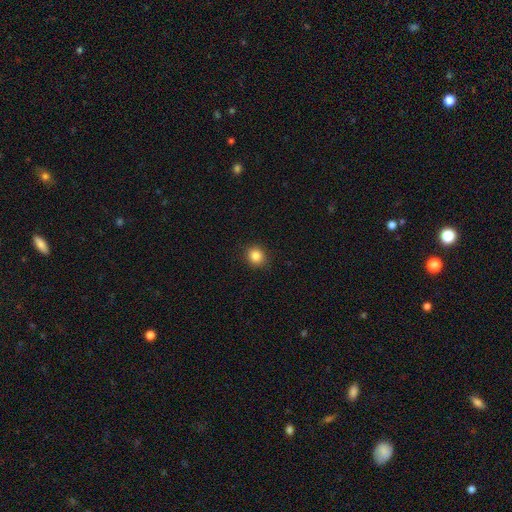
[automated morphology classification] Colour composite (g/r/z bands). It shows a smooth galaxy with no disk features (84%) that is round (84%). Merging: none (91%).